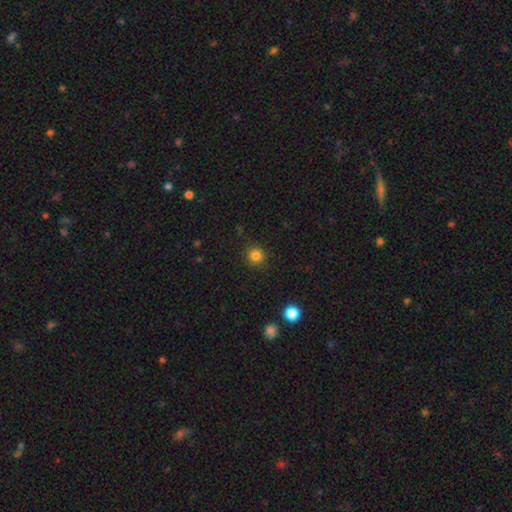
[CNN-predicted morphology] The model was most divided on "smooth or featured": smooth: 83%, star or artifact: 13%, featured or disk: 4%. More confident: how rounded — round (94%); merging — none (90%).